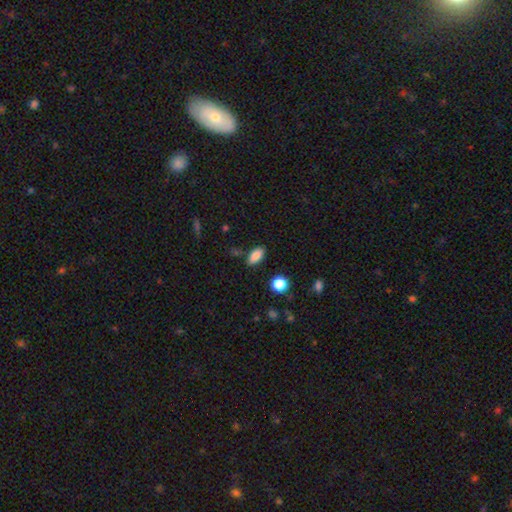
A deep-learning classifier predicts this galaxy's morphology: The model was most divided on "merging": none: 82%, minor disturbance: 12%, merger: 3%, major disturbance: 3%. More confident: how rounded — in between (88%); smooth or featured — smooth (86%).